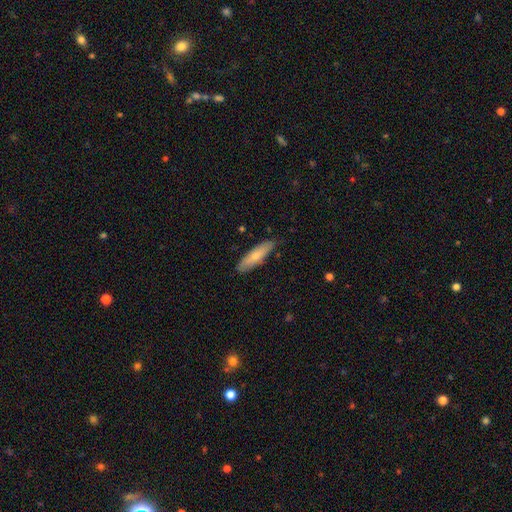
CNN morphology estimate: Overall: smooth (68%). How rounded: cigar-shaped (67%; in between 31%). Merging: none (83%).